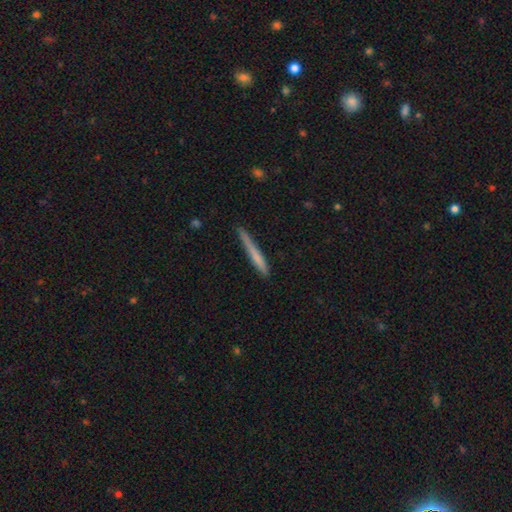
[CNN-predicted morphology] Smooth or featured? smooth (65%)
How rounded? cigar-shaped (96%)
Merging? none (78%)